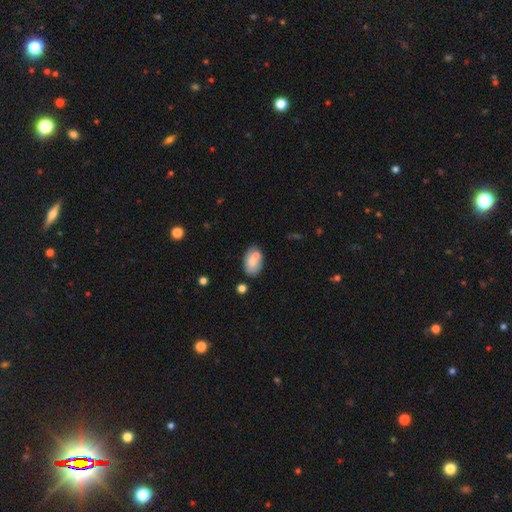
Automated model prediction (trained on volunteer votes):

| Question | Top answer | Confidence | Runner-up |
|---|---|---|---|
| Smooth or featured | smooth | 73% | featured or disk (20%) |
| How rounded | in between | 89% | round (9%) |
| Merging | none | 57% | merger (21%) |